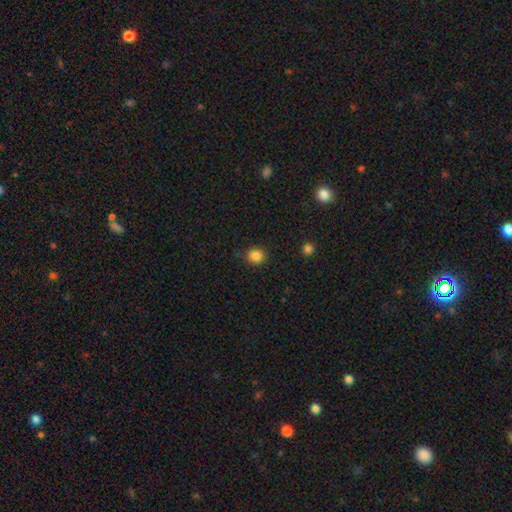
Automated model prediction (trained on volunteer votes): Smooth or featured: smooth — 85% (star or artifact — 11%)
How rounded: round — 86% (in between — 13%)
Merging: none — 89% (minor disturbance — 7%)